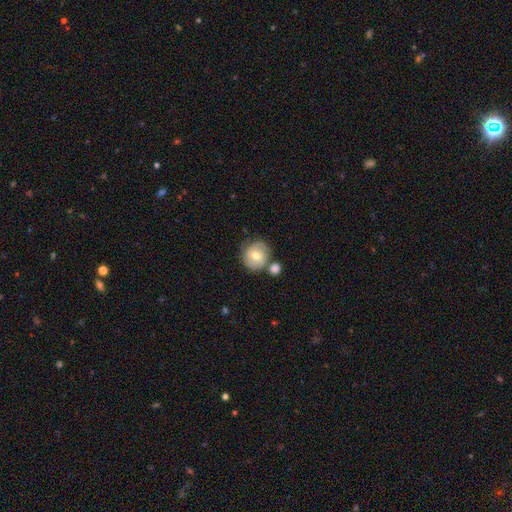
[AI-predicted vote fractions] A smooth galaxy with no disk features (52%) that is round (87%).

Vote fractions:
- Smooth or featured? smooth: 52% / featured or disk: 40% / star or artifact: 7%
- How rounded? round: 87% / in between: 12% / cigar-shaped: 1%
- Merging? none: 58% / merger: 20% / minor disturbance: 16% / major disturbance: 5%